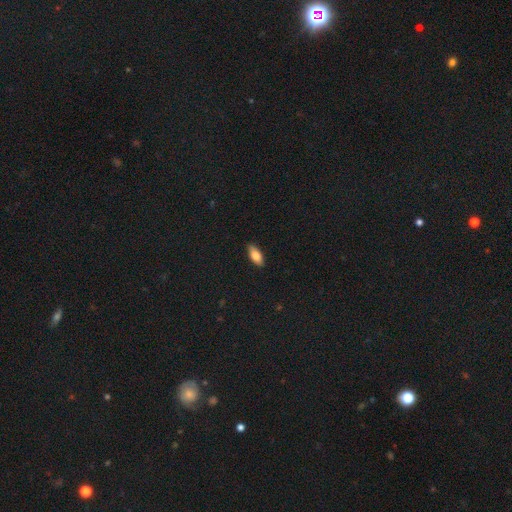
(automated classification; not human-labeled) A smooth galaxy with no disk features (78%) that is in between round and cigar-shaped (83%).

Vote fractions:
- Smooth or featured? smooth: 78% / featured or disk: 16% / star or artifact: 7%
- How rounded? in between: 83% / cigar-shaped: 14% / round: 3%
- Merging? none: 88% / minor disturbance: 10% / major disturbance: 2% / merger: 1%